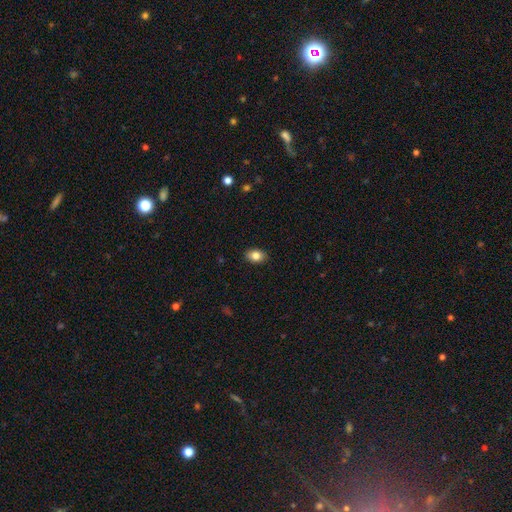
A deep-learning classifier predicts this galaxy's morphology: The model was most divided on "how rounded": in between: 79%, round: 20%, cigar-shaped: 1%. More confident: merging — none (90%); smooth or featured — smooth (84%).